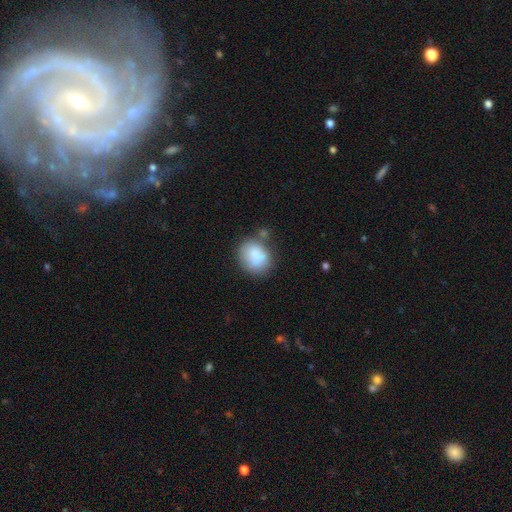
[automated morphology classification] type=smooth (82%); roundness=round (57%); merging=none (54%).